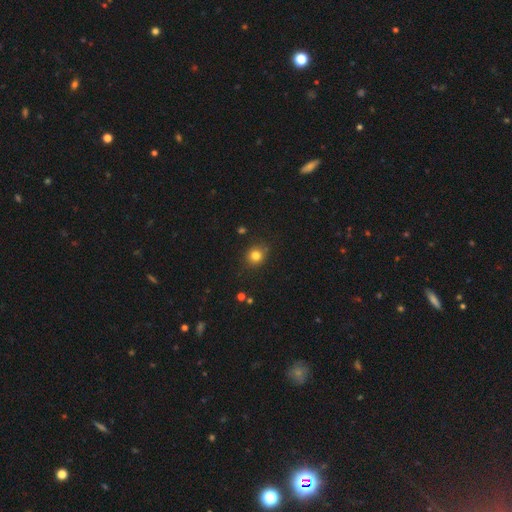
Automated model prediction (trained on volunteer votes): smooth_or_featured: smooth (p=0.81) [alt: star or artifact p=0.13]
how_rounded: round (p=0.83) [alt: in between p=0.16]
merging: none (p=0.84) [alt: minor disturbance p=0.11]